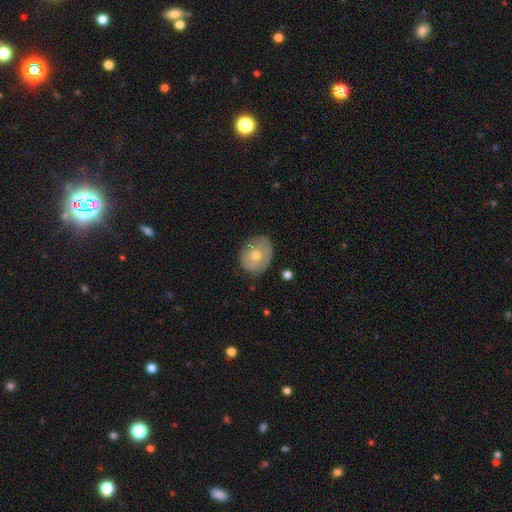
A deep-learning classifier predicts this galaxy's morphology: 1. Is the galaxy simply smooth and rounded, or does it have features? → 61% smooth, 32% featured or disk, 8% star or artifact.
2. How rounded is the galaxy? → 51% in between, 48% round, 1% cigar-shaped.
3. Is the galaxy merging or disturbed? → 76% none, 19% minor disturbance, 4% major disturbance, 1% merger.